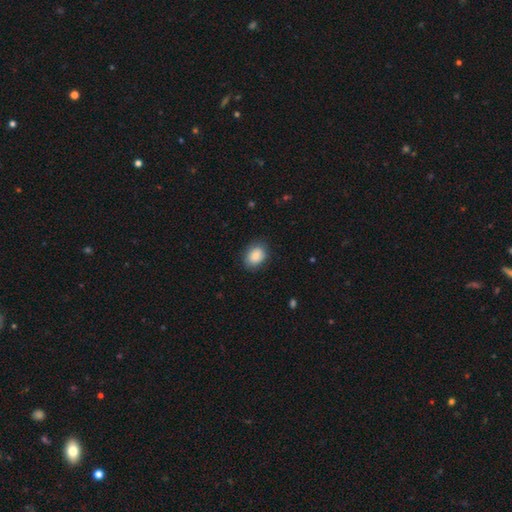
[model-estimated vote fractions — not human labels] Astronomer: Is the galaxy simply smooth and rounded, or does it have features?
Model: smooth — 84%.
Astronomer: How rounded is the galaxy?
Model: in between — 64%.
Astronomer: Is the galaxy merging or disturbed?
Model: none — 81%.